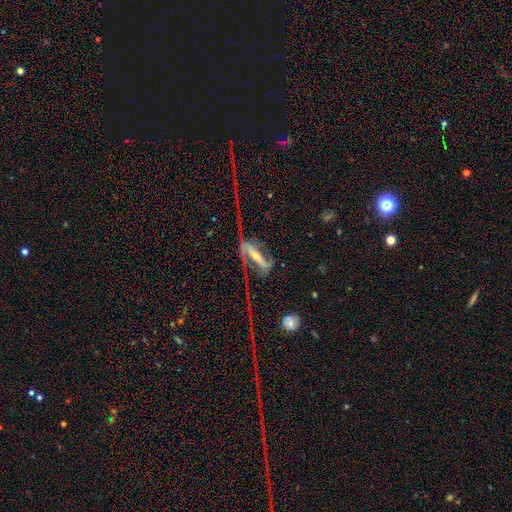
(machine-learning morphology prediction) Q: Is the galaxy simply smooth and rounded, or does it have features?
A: featured or disk — 83%.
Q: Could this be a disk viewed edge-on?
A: no — 79%.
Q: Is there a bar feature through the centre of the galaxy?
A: strong — 60%.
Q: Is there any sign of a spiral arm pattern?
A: yes — 86%.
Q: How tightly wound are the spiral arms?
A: loose — 69%.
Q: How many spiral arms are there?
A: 2 — 85%.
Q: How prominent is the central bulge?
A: small — 52%.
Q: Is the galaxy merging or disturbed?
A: major disturbance — 41%.